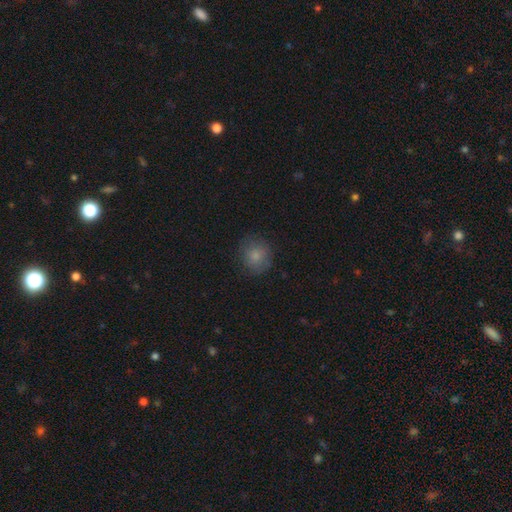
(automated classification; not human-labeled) Smooth or featured? Predicted: smooth (p=0.82). How rounded? Predicted: round (p=0.84). Merging? Predicted: none (p=0.80).